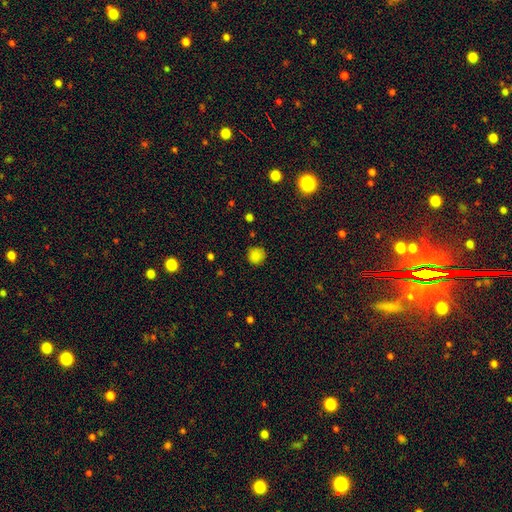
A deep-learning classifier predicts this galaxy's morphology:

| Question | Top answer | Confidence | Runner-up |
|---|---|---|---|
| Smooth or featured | smooth | 84% | star or artifact (12%) |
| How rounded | round | 91% | in between (8%) |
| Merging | none | 81% | minor disturbance (14%) |